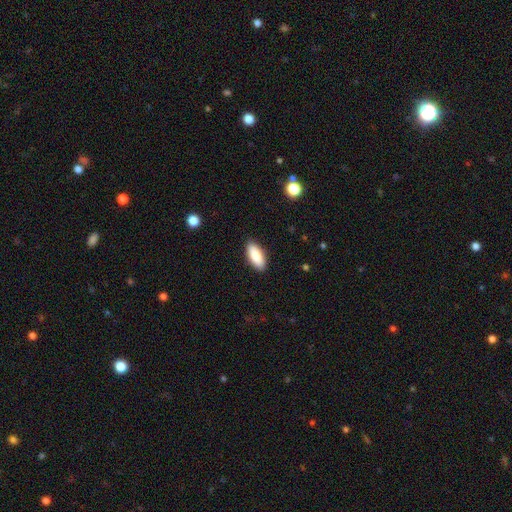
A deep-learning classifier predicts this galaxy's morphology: smooth-or-featured: smooth: 88% | star or artifact: 6% | featured or disk: 6%
  how-rounded: in between: 85% | cigar-shaped: 13% | round: 2%
  merging: none: 89% | minor disturbance: 8% | major disturbance: 2% | merger: 1%